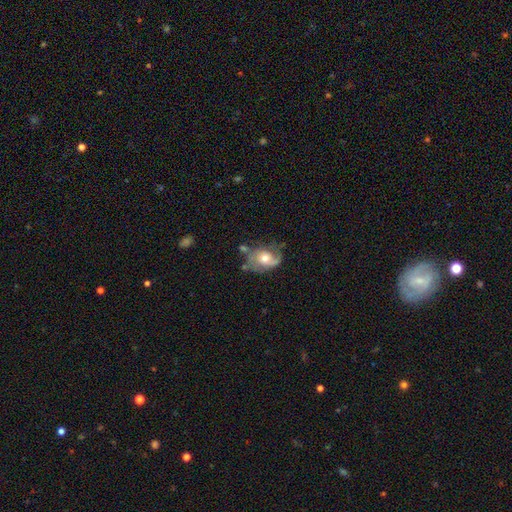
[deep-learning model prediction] Overall: featured or disk (53%; smooth 35%). Edge-on disk: no (95%). Bar: no (77%). Spiral arms: yes (63%; no 37%). Bulge size: moderate (70%). Merging: none (49%; minor disturbance 27%).